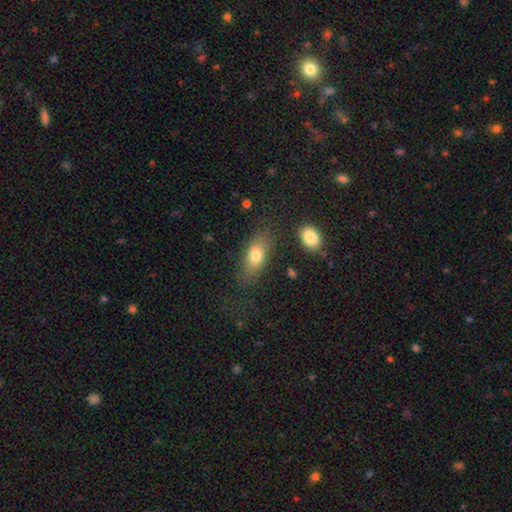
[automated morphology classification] The model was most divided on "merging": none: 73%, minor disturbance: 16%, major disturbance: 7%, merger: 3%. More confident: how rounded — in between (83%); smooth or featured — smooth (75%).